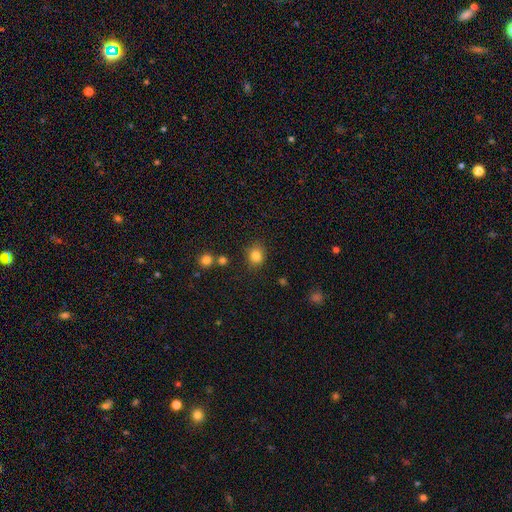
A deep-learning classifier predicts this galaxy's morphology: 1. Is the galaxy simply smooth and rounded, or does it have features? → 83% smooth, 12% star or artifact, 5% featured or disk.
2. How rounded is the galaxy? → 69% round, 30% in between, 1% cigar-shaped.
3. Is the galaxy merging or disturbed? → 80% none, 12% minor disturbance, 4% merger, 3% major disturbance.